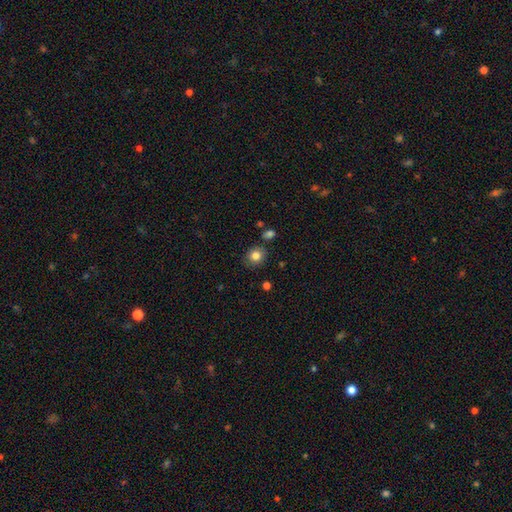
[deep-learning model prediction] Smooth or featured?
  - smooth: 82% *
  - star or artifact: 10%
  - featured or disk: 8%
How rounded?
  - round: 75% *
  - in between: 24%
  - cigar-shaped: 1%
Merging?
  - none: 83% *
  - minor disturbance: 11%
  - merger: 3%
  - major disturbance: 3%